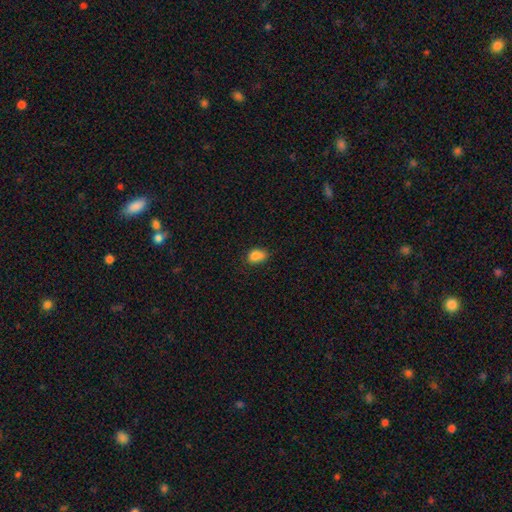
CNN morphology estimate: Smooth or featured?
  - smooth: 85% *
  - star or artifact: 10%
  - featured or disk: 5%
How rounded?
  - in between: 77% *
  - round: 21%
  - cigar-shaped: 2%
Merging?
  - none: 66% *
  - minor disturbance: 28%
  - major disturbance: 5%
  - merger: 2%